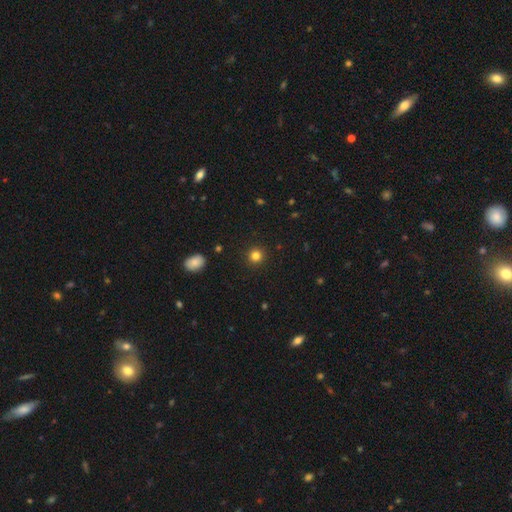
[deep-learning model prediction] Smooth or featured? smooth (82%)
How rounded? round (93%)
Merging? none (92%)